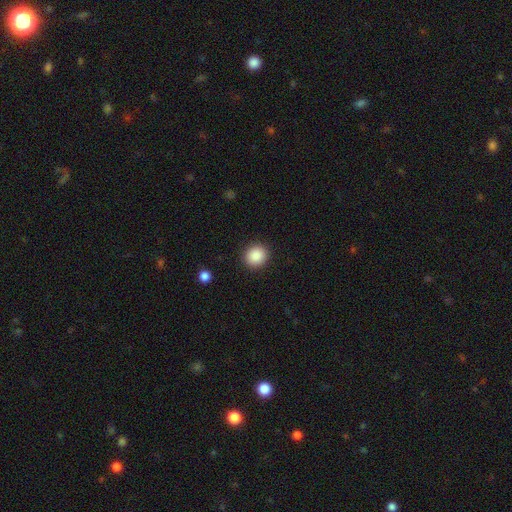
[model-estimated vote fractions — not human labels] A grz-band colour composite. It shows a smooth galaxy with no disk features (88%) that is round (86%). Merging: none (91%).